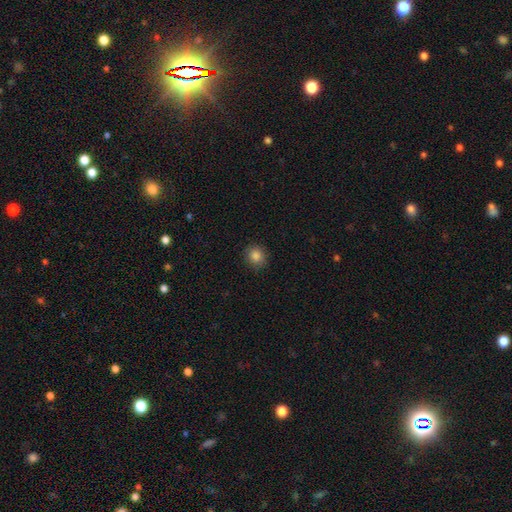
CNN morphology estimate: A smooth galaxy with no disk features (85%) that is round (84%).

Vote fractions:
- Smooth or featured? smooth: 85% / star or artifact: 11% / featured or disk: 4%
- How rounded? round: 84% / in between: 15% / cigar-shaped: 1%
- Merging? none: 89% / minor disturbance: 8% / major disturbance: 2% / merger: 1%